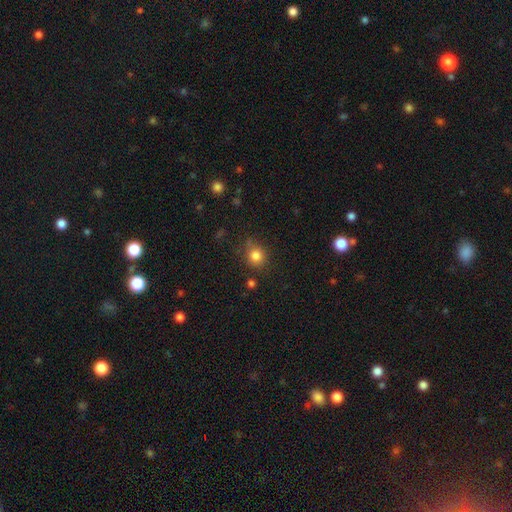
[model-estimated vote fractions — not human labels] Smooth or featured: smooth — 83% (star or artifact — 12%)
How rounded: round — 85% (in between — 14%)
Merging: none — 76% (minor disturbance — 15%)